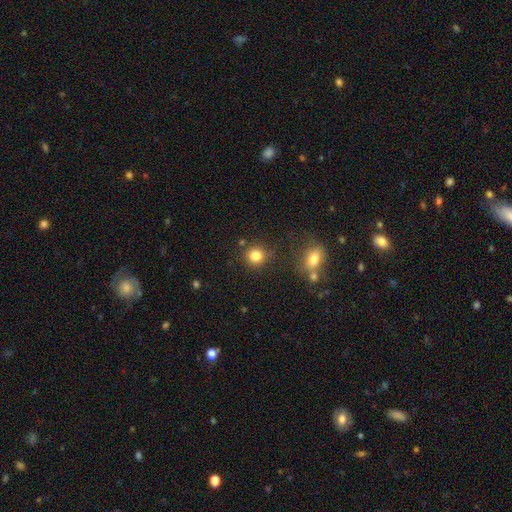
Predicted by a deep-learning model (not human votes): smooth-or-featured: smooth: 82% | star or artifact: 12% | featured or disk: 6%
  how-rounded: round: 91% | in between: 8% | cigar-shaped: 1%
  merging: none: 82% | minor disturbance: 9% | merger: 6% | major disturbance: 3%